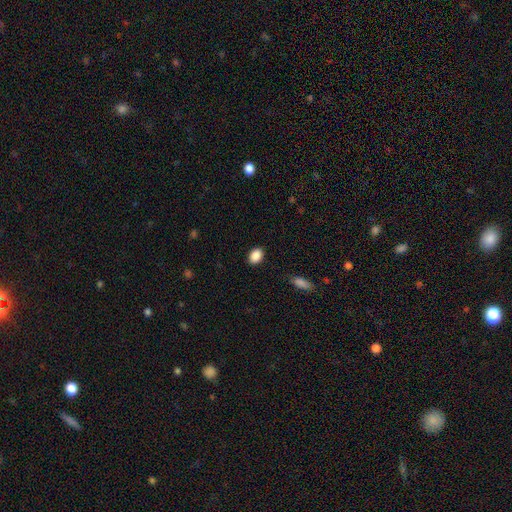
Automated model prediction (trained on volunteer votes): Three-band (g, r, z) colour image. It shows a smooth galaxy with no disk features (89%) that is in between round and cigar-shaped (78%). Merging: none (89%).